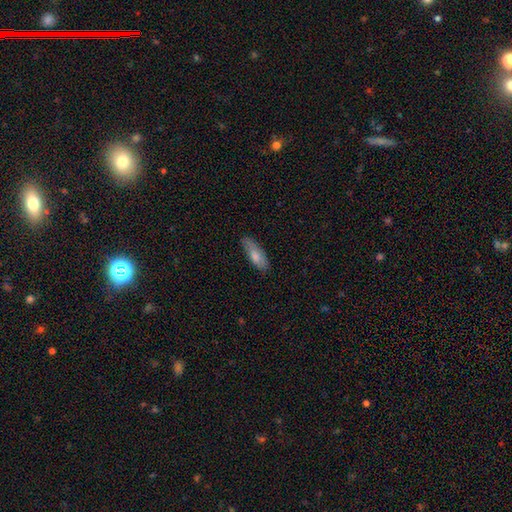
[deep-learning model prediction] Smooth or featured? smooth (77%)
How rounded? in between (67%)
Merging? none (71%)